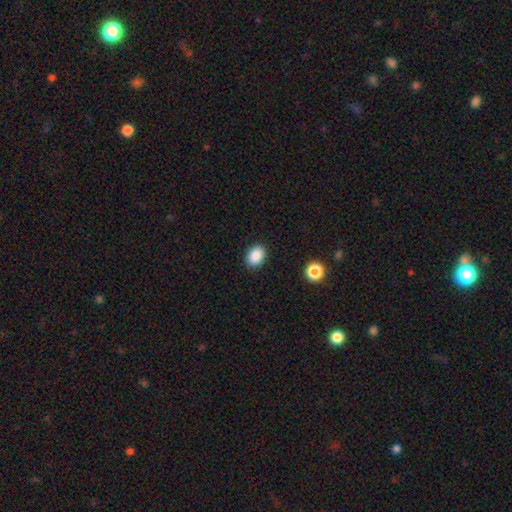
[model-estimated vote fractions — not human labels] smooth 88%, star or artifact 9%, featured or disk 3%. Down the decision tree: how rounded — in between (73%); merging — none (90%).